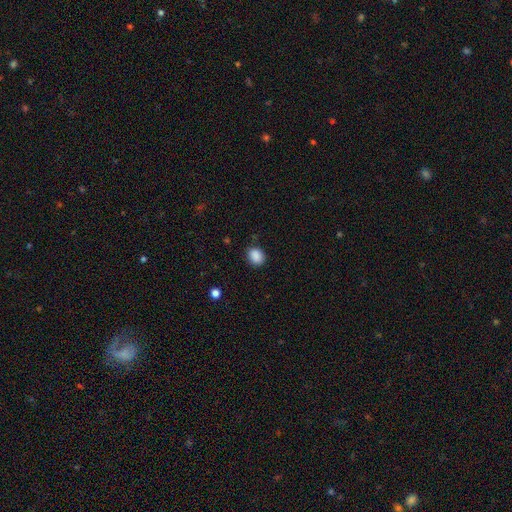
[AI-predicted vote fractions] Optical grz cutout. It shows a smooth galaxy with no disk features (88%) that is round (51%). Merging: none (83%).